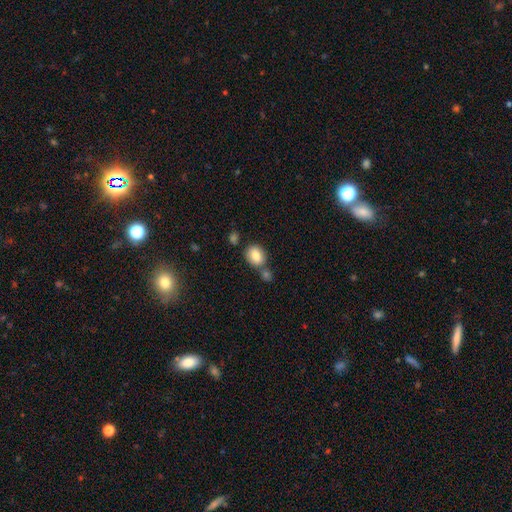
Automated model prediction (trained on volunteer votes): This is clearly a smooth galaxy (83%). How rounded: possibly round (52%). Merging: possibly none (60%).